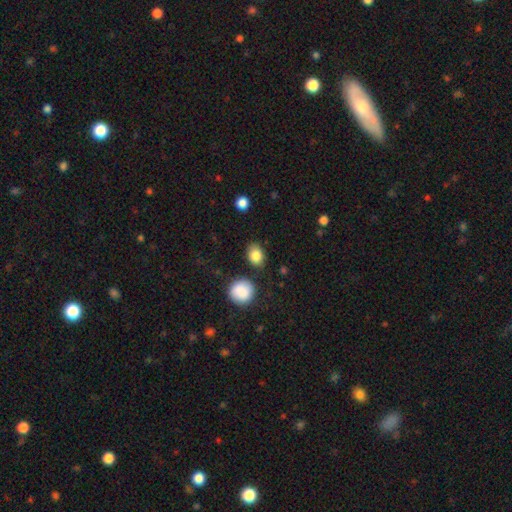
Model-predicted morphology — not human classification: This is clearly a smooth galaxy (85%). How rounded: likely in between (63%). Merging: likely none (77%).